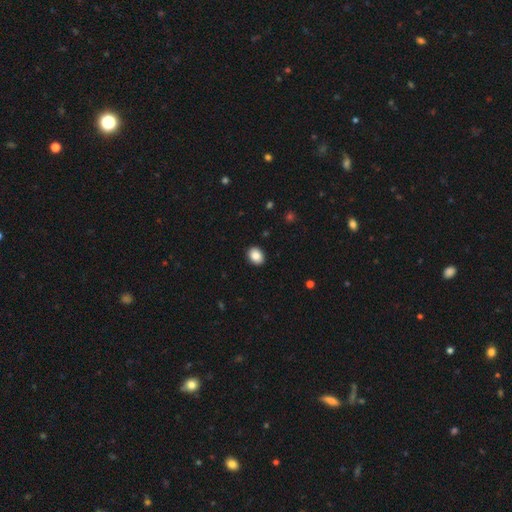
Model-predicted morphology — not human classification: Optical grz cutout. It shows a smooth galaxy with no disk features (86%) that is in between round and cigar-shaped (66%). Merging: none (91%).